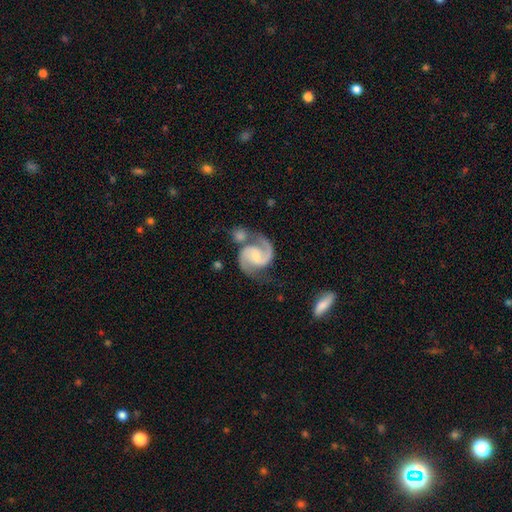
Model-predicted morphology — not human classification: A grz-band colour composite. It shows a featured or disk galaxy (91%) with a weak bar (51%), 2 (92%) medium (63%) spiral arms (98%) and a small central bulge (48%). Merging: none (51%).